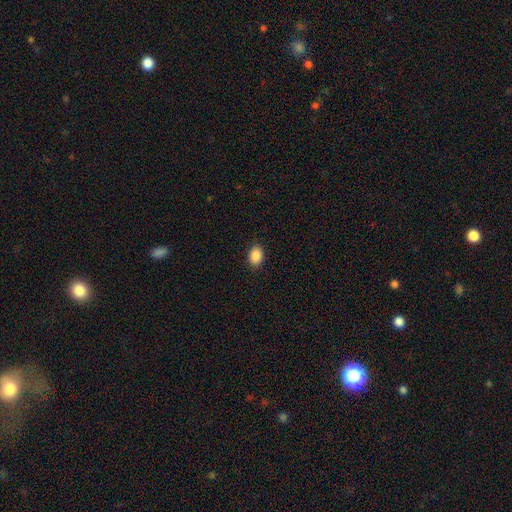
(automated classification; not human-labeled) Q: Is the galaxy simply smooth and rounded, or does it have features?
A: smooth — 89%.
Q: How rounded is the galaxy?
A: in between — 76%.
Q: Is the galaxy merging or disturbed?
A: none — 88%.